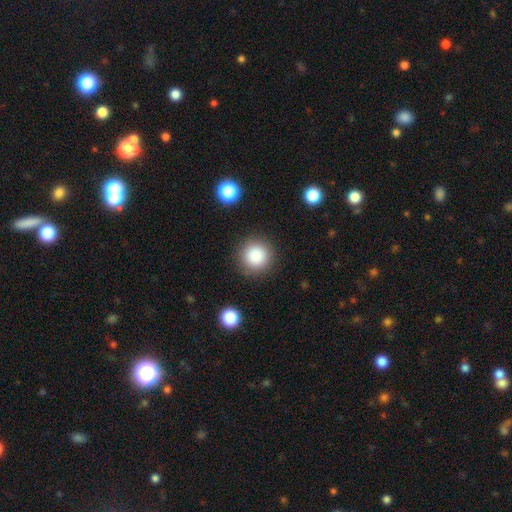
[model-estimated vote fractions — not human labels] This appears to be a smooth galaxy with no disk features (85%) that is round (95%). Merging: none (89%).